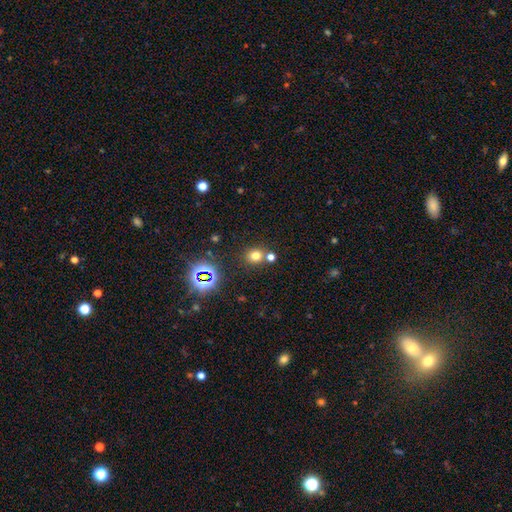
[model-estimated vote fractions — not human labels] Overall: smooth (70%). How rounded: round (80%). Merging: none (71%).